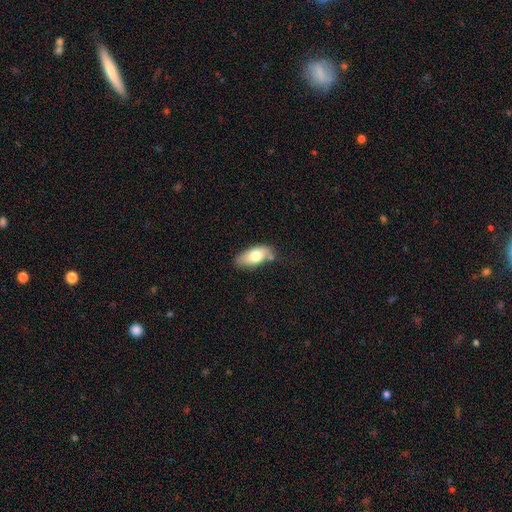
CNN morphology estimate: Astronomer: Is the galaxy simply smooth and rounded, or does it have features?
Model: smooth — 72%.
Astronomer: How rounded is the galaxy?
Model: in between — 88%.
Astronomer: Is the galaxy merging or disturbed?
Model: none — 61%.